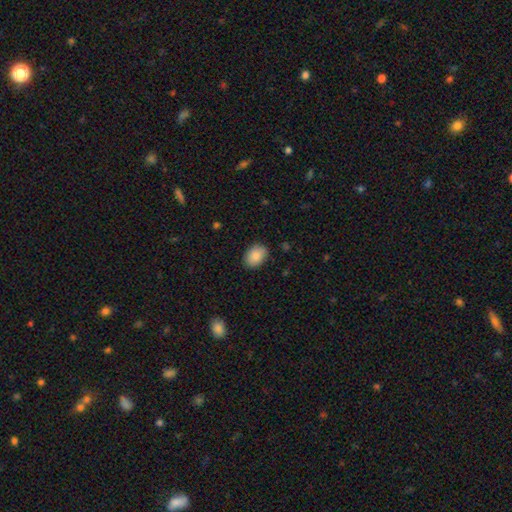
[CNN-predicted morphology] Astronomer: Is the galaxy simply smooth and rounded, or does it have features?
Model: smooth — 87%.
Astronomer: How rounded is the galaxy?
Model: in between — 78%.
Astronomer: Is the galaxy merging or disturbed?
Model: none — 87%.